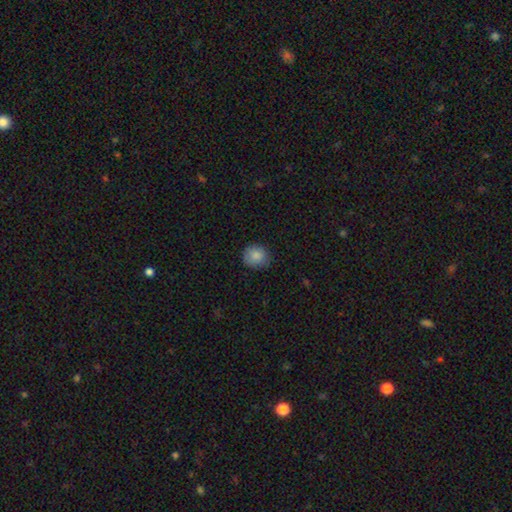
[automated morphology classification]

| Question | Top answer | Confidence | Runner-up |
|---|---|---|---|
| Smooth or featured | smooth | 87% | star or artifact (8%) |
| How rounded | round | 83% | in between (16%) |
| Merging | none | 82% | minor disturbance (15%) |